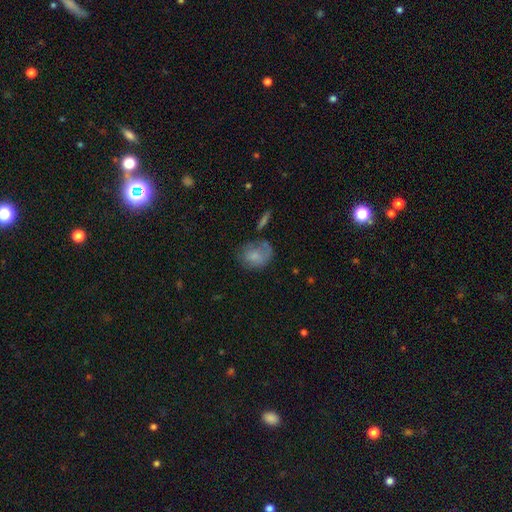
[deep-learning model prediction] A smooth galaxy with no disk features (71%) that is round (54%). Merging: none (48%).